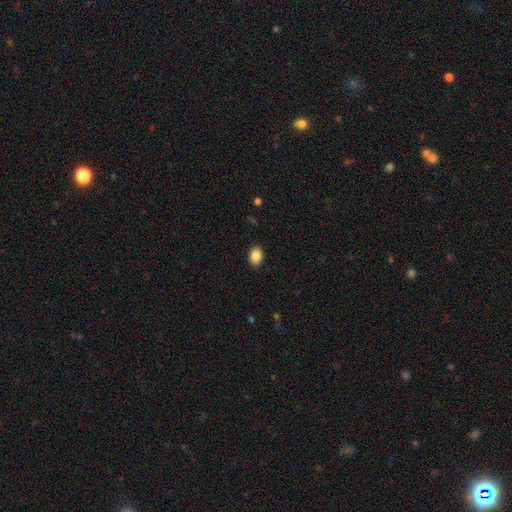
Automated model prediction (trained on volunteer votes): Q: Smooth or featured?
A: smooth (87%); runner-up: star or artifact (8%)
Q: How rounded?
A: in between (79%); runner-up: round (20%)
Q: Merging?
A: none (89%); runner-up: minor disturbance (8%)